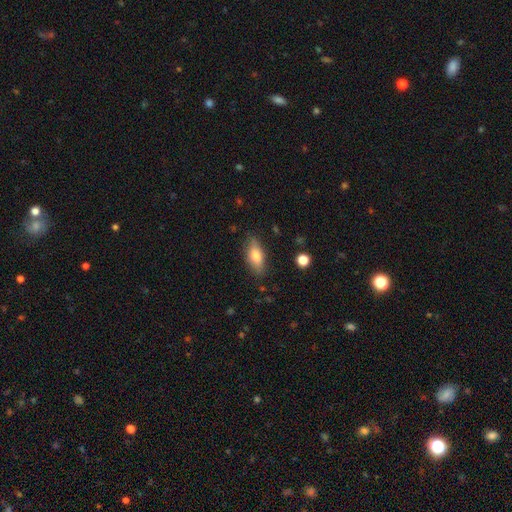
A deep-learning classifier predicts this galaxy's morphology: Smooth or featured? smooth (71%)
How rounded? in between (77%)
Merging? none (82%)